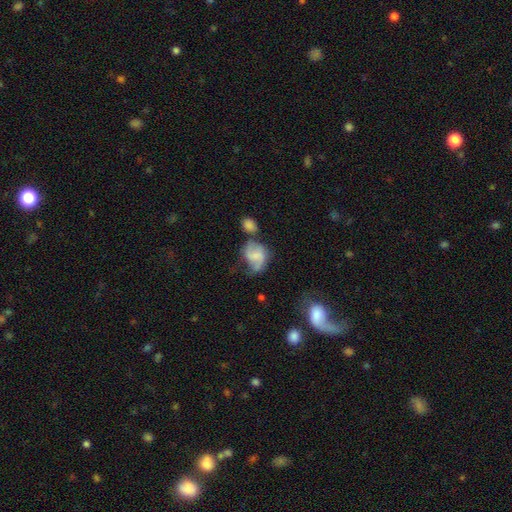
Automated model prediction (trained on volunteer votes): Smooth or featured? featured or disk (51%)
Edge-on disk? no (97%)
Merging? none (36%)